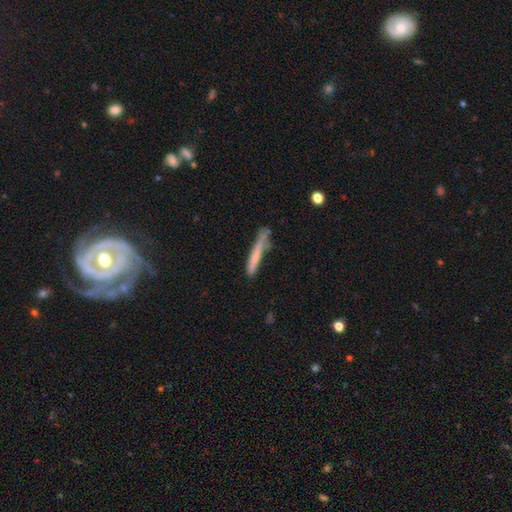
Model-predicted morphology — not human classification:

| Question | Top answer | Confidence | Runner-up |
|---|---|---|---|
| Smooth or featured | smooth | 66% | featured or disk (27%) |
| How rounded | cigar-shaped | 95% | in between (4%) |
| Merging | none | 65% | minor disturbance (22%) |